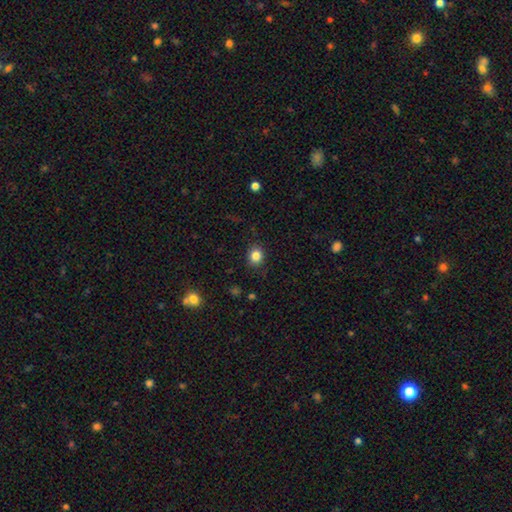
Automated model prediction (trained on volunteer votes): This is clearly a smooth galaxy (83%). How rounded: likely round (75%). Merging: clearly none (88%).